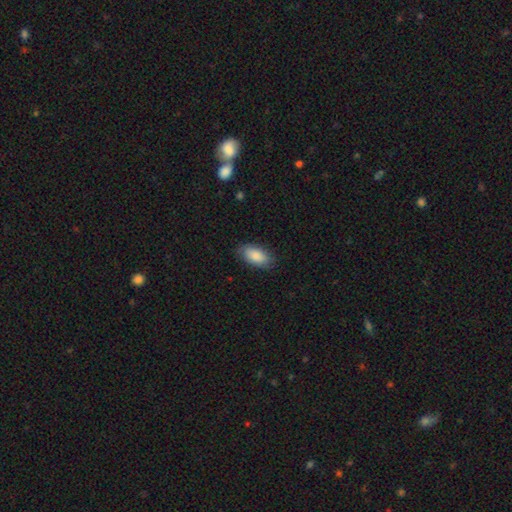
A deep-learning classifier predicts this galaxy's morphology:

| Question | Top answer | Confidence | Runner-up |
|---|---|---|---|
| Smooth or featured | smooth | 87% | featured or disk (7%) |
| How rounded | in between | 93% | cigar-shaped (4%) |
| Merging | none | 82% | minor disturbance (14%) |